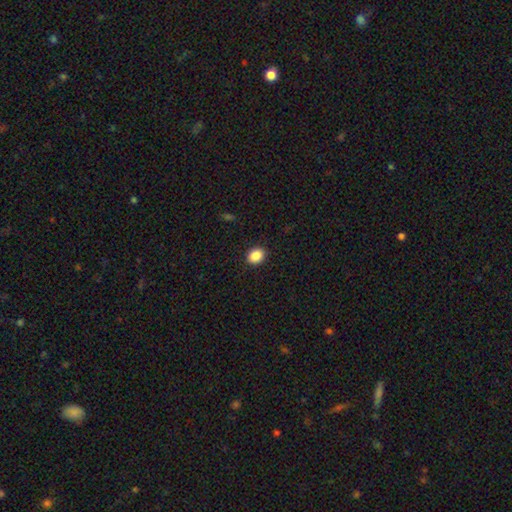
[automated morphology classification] The model was most divided on "how rounded": in between: 52%, round: 47%, cigar-shaped: 1%. More confident: merging — none (90%); smooth or featured — smooth (89%).